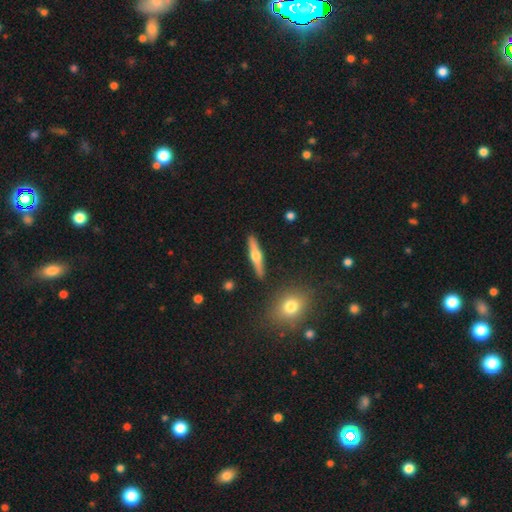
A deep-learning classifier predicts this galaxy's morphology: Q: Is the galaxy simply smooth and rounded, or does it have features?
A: featured or disk — 60%.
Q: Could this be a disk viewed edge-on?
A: yes — 96%.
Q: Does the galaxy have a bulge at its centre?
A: rounded — 93%.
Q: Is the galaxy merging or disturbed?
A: none — 89%.